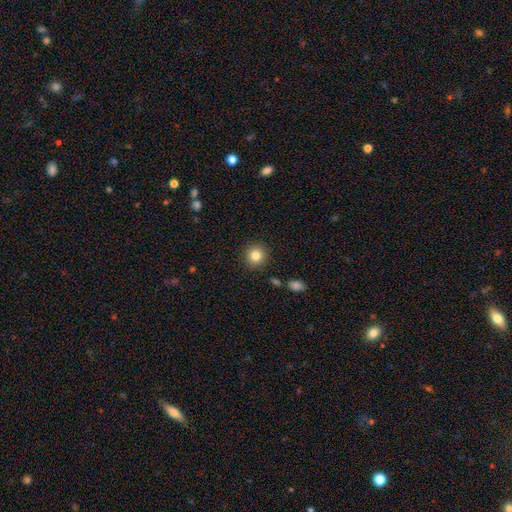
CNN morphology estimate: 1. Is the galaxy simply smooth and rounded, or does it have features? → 83% smooth, 10% star or artifact, 7% featured or disk.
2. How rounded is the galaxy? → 91% round, 8% in between, 1% cigar-shaped.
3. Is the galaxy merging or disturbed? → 89% none, 6% minor disturbance, 2% major disturbance, 2% merger.